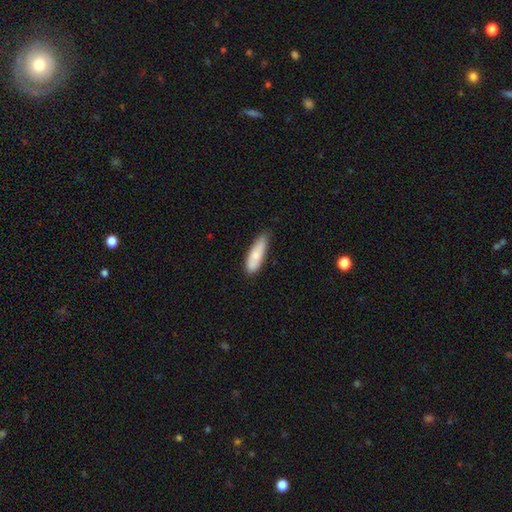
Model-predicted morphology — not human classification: The model was most divided on "how rounded" (2-way tie): cigar-shaped: 49%, in between: 49%, round: 2%. More confident: smooth or featured — smooth (78%); merging — none (70%).